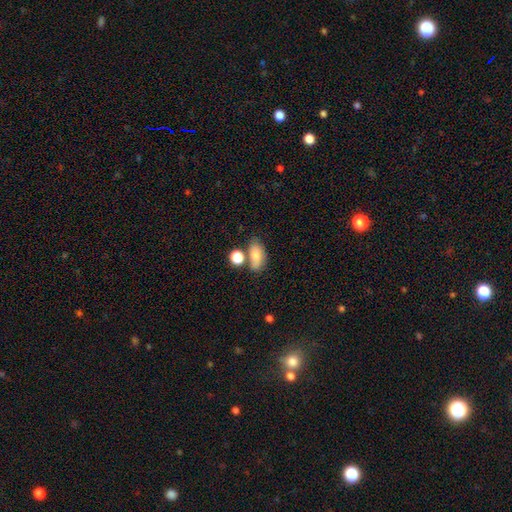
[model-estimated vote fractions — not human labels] Smooth or featured? Predicted: smooth (p=0.79). How rounded? Predicted: in between (p=0.86). Merging? Predicted: none (p=0.58).